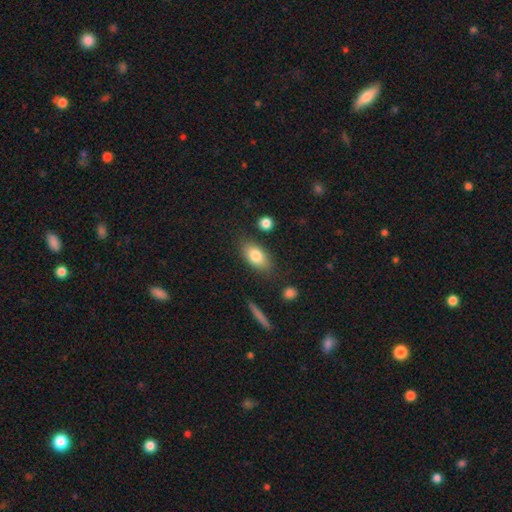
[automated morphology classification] type=smooth (80%); roundness=in between (87%); merging=none (80%).